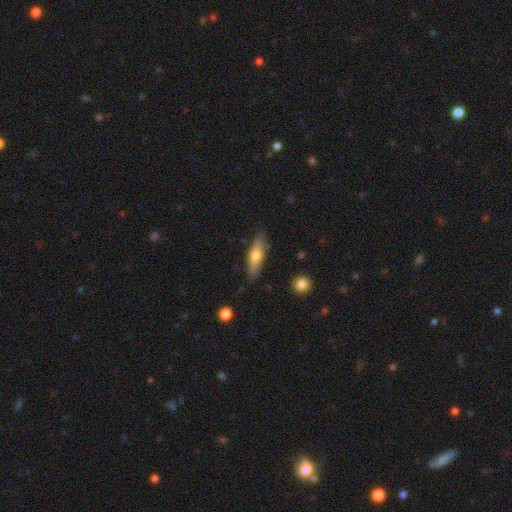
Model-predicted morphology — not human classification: Smooth or featured?
  - smooth: 60% *
  - featured or disk: 34%
  - star or artifact: 6%
How rounded?
  - cigar-shaped: 56% *
  - in between: 42%
  - round: 2%
Merging?
  - none: 83% *
  - minor disturbance: 13%
  - major disturbance: 3%
  - merger: 2%